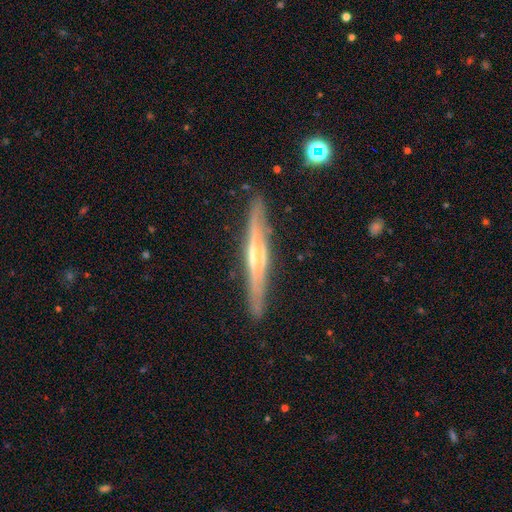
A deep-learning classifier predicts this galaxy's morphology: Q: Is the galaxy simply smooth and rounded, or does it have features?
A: featured or disk — 74%.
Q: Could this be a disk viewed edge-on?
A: yes — 96%.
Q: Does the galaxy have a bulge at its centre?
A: rounded — 55%.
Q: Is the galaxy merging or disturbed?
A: none — 88%.